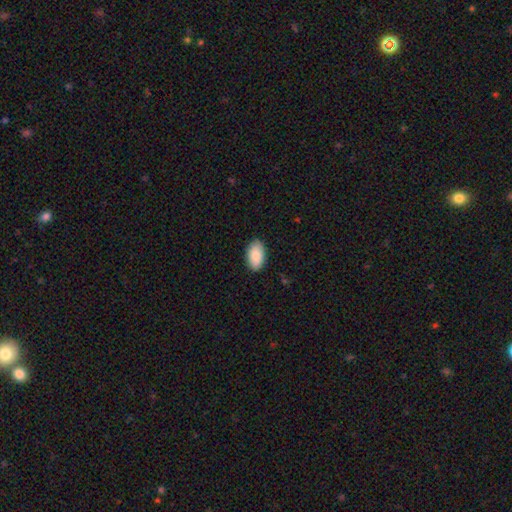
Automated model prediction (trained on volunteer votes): Smooth or featured? smooth (88%)
How rounded? in between (95%)
Merging? none (88%)